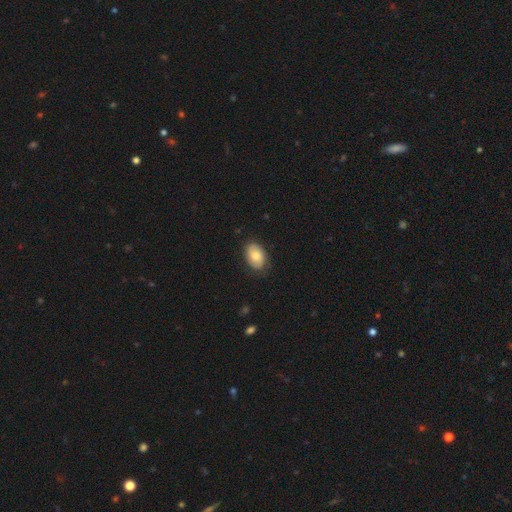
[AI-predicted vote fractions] Smooth or featured: smooth — 75% (featured or disk — 18%)
How rounded: in between — 89% (round — 10%)
Merging: none — 80% (minor disturbance — 16%)